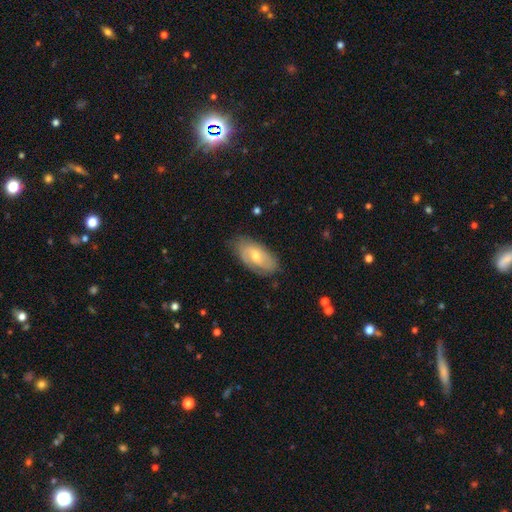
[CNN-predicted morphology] Q: Smooth or featured?
A: featured or disk (57%); runner-up: smooth (36%)
Q: Edge-on disk?
A: no (90%); runner-up: yes (10%)
Q: Bar?
A: no (56%); runner-up: weak (36%)
Q: Spiral arms?
A: yes (78%); runner-up: no (22%)
Q: Bulge size?
A: moderate (57%); runner-up: small (38%)
Q: Merging?
A: none (74%); runner-up: minor disturbance (20%)